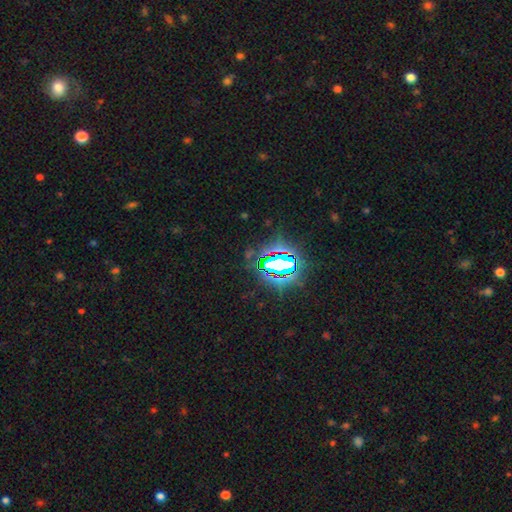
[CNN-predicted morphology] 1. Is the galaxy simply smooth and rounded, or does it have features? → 80% star or artifact, 12% smooth, 9% featured or disk.